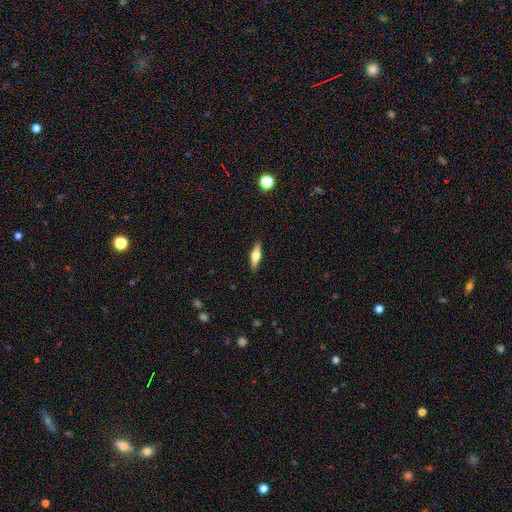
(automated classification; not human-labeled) Overall: featured or disk (54%; smooth 40%). Edge-on disk: yes (95%). Edge-on bulge: rounded (93%). Merging: none (90%).